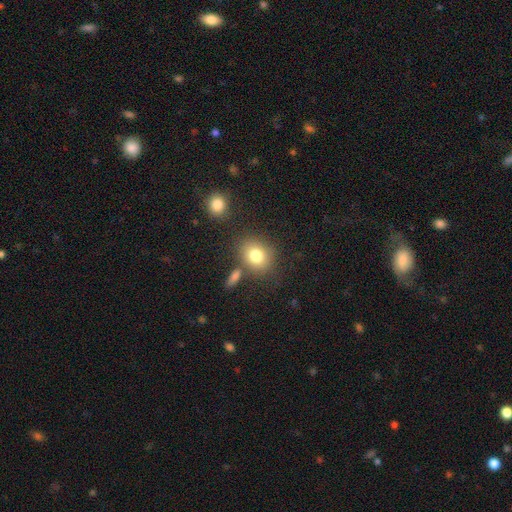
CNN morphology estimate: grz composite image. It shows a smooth galaxy with no disk features (79%) that is round (62%). Merging: none (71%).